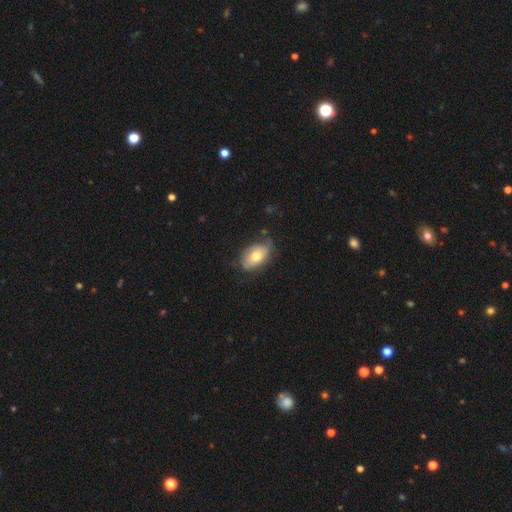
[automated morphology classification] A smooth galaxy with no disk features (66%) that is in between round and cigar-shaped (90%). Merging: none (61%).